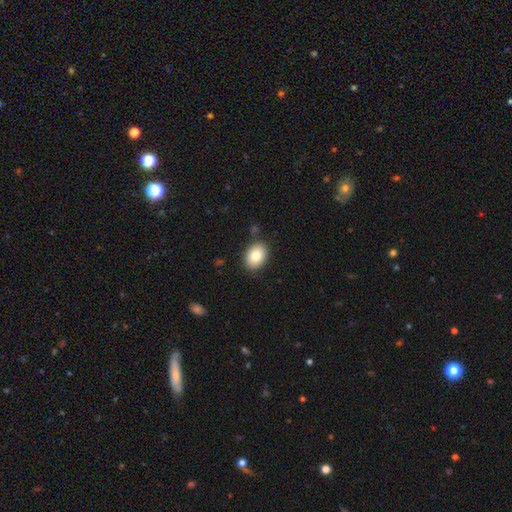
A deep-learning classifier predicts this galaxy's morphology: Smooth or featured? Predicted: smooth (p=0.82). How rounded? Predicted: in between (p=0.75). Merging? Predicted: none (p=0.85).